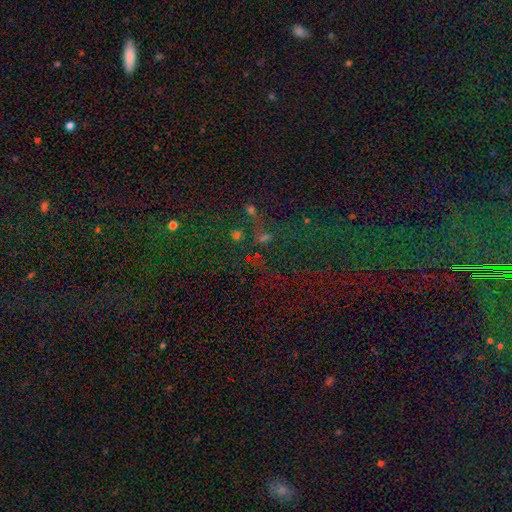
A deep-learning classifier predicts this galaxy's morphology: smooth_or_featured: star or artifact (p=0.74) [alt: smooth p=0.15]